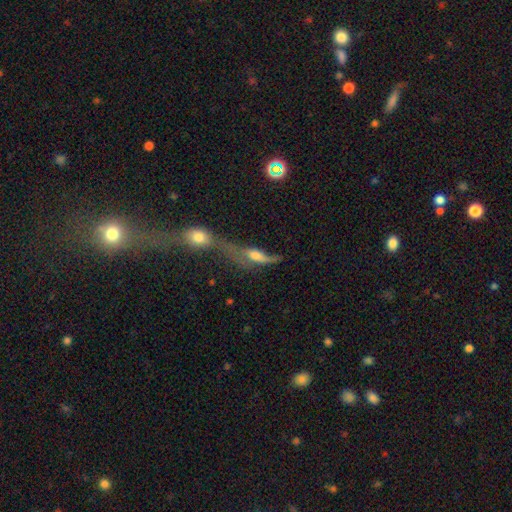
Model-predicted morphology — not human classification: featured or disk 45%, smooth 42%, star or artifact 13%. Down the decision tree: merging — merger (64%).